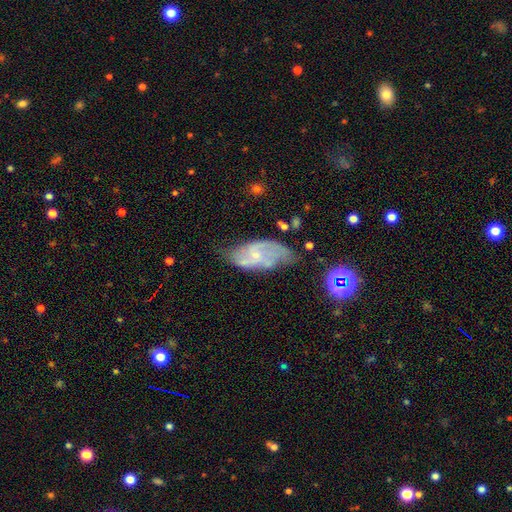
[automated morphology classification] smooth_or_featured: featured or disk (p=0.72) [alt: smooth p=0.20]
disk_edge_on: no (p=0.94) [alt: yes p=0.06]
bar: no (p=0.53) [alt: weak p=0.38]
has_spiral_arms: yes (p=0.84) [alt: no p=0.16]
spiral_winding: medium (p=0.42) [alt: loose p=0.36]
spiral_arm_count: 2 (p=0.67) [alt: can't tell p=0.21]
bulge_size: small (p=0.73) [alt: moderate p=0.18]
merging: none (p=0.48) [alt: minor disturbance p=0.31]